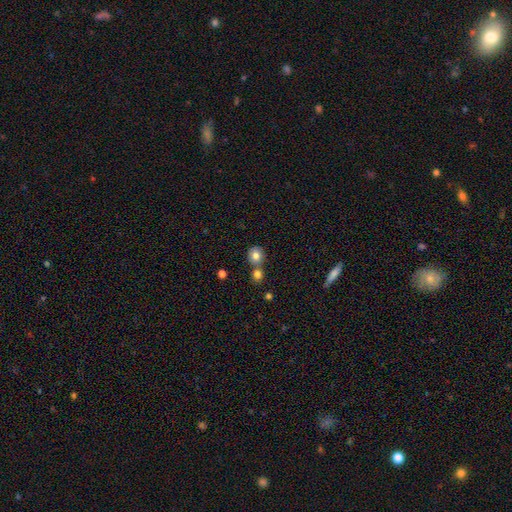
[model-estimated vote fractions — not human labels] A smooth galaxy with no disk features (79%) that is round (83%). Merging: none (60%).